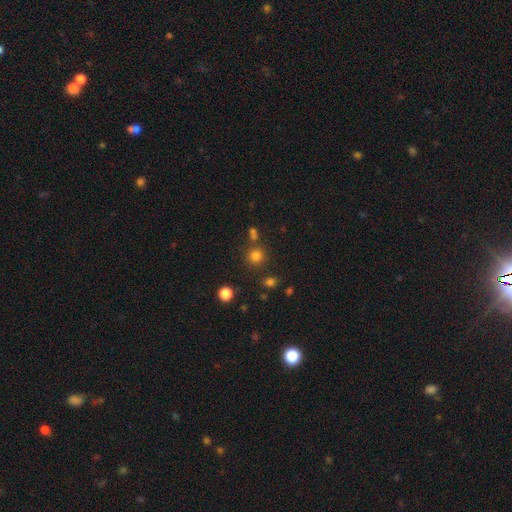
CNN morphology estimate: Smooth or featured? Predicted: smooth (p=0.78). How rounded? Predicted: round (p=0.90). Merging? Predicted: none (p=0.76).